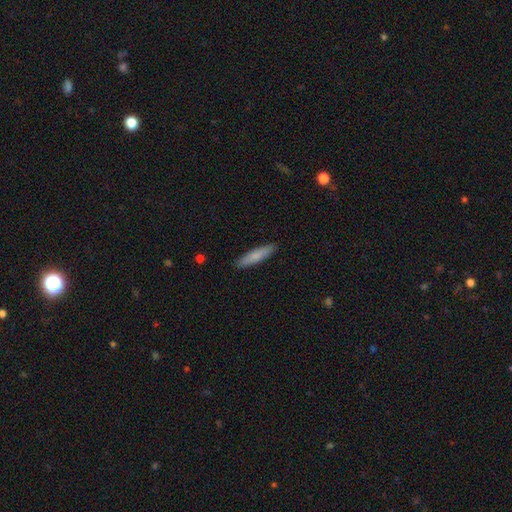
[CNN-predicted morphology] Overall: smooth (80%). How rounded: cigar-shaped (84%). Merging: none (91%).